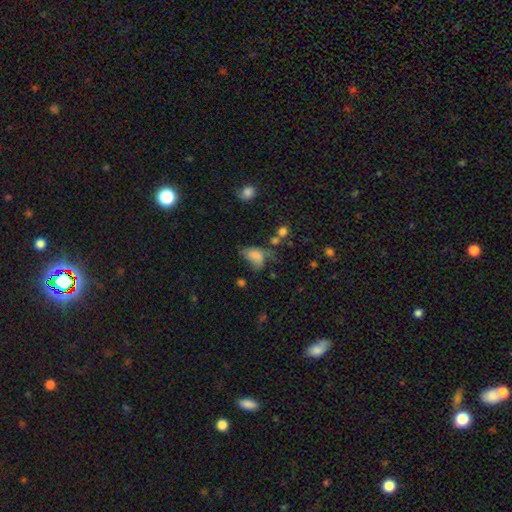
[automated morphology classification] This appears to be a smooth galaxy with no disk features (66%) that is in between round and cigar-shaped (86%). Merging: major disturbance (37%).